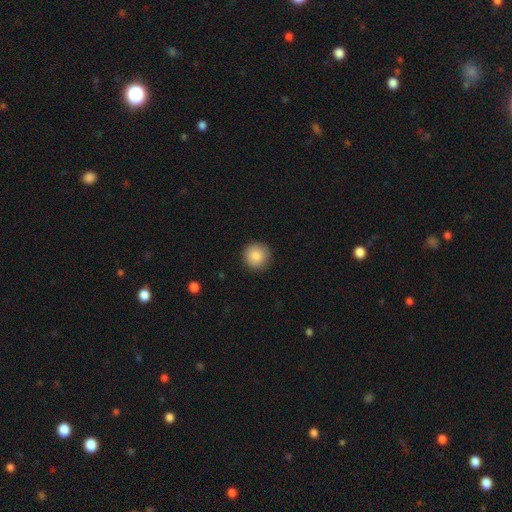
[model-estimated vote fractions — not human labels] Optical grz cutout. It shows a smooth galaxy with no disk features (87%) that is round (95%). Merging: none (91%).